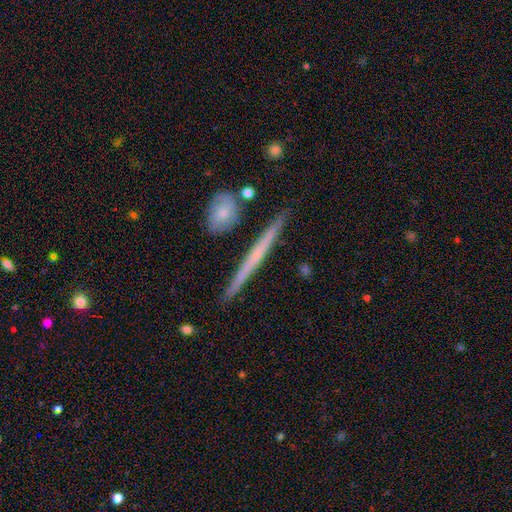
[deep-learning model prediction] Smooth or featured?
  - featured or disk: 59% *
  - smooth: 35%
  - star or artifact: 6%
Edge-on disk?
  - yes: 96% *
  - no: 4%
Edge-on bulge?
  - none: 82% *
  - rounded: 13%
  - boxy: 4%
Merging?
  - none: 88% *
  - minor disturbance: 8%
  - merger: 3%
  - major disturbance: 2%